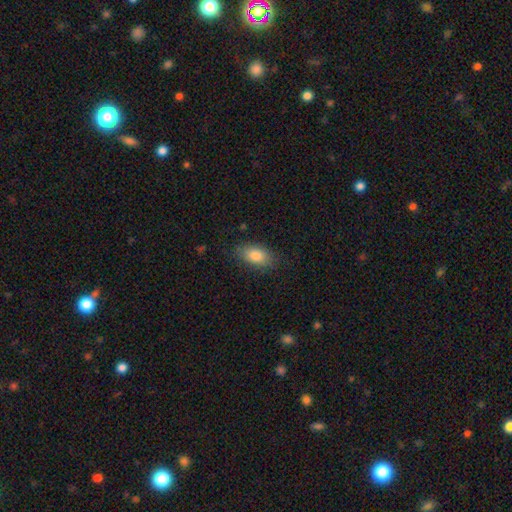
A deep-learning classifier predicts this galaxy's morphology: Smooth or featured? Predicted: smooth (p=0.83). How rounded? Predicted: in between (p=0.91). Merging? Predicted: none (p=0.83).